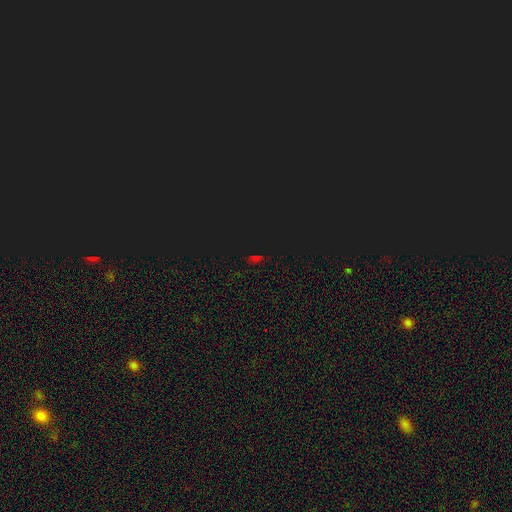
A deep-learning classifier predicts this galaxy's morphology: Smooth or featured?
  - star or artifact: 70% *
  - smooth: 23%
  - featured or disk: 8%